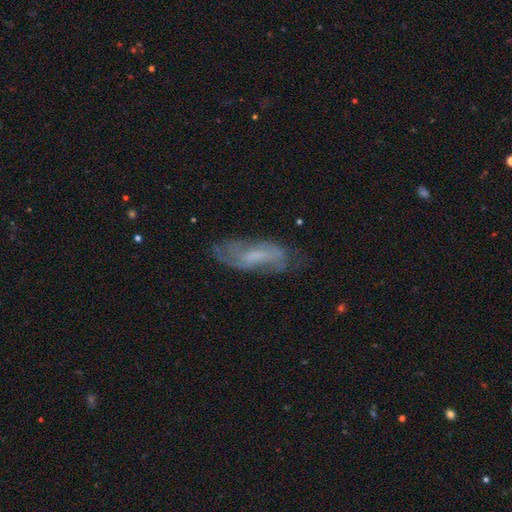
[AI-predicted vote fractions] smooth-or-featured: featured or disk: 59% | smooth: 32% | star or artifact: 9%
  disk-edge-on: no: 82% | yes: 18%
  merging: none: 67% | minor disturbance: 23% | major disturbance: 9% | merger: 2%